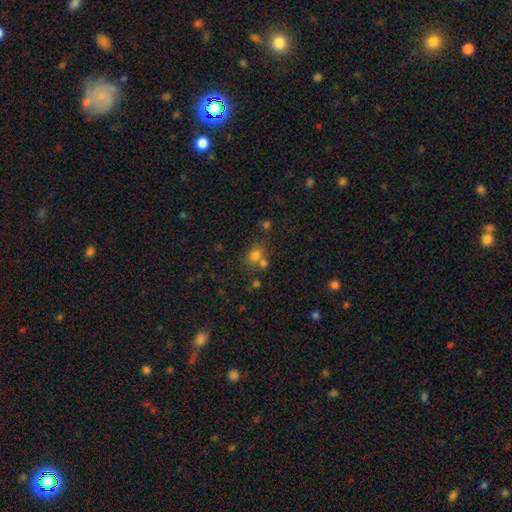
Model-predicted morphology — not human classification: Smooth or featured: smooth — 70% (star or artifact — 20%)
How rounded: round — 66% (in between — 33%)
Merging: none — 53% (merger — 32%)